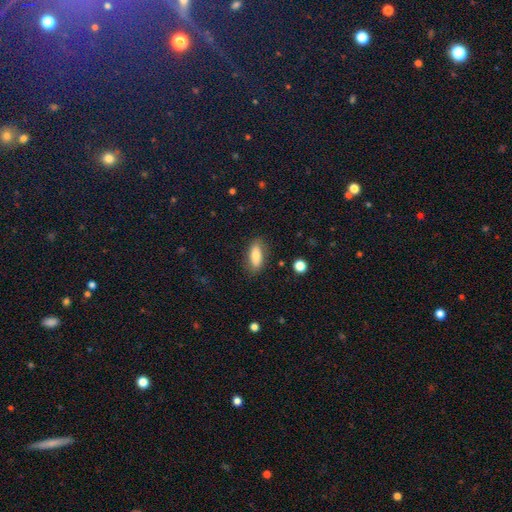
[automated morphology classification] The model was most divided on "how rounded": in between: 74%, cigar-shaped: 23%, round: 3%. More confident: merging — none (82%); smooth or featured — smooth (76%).